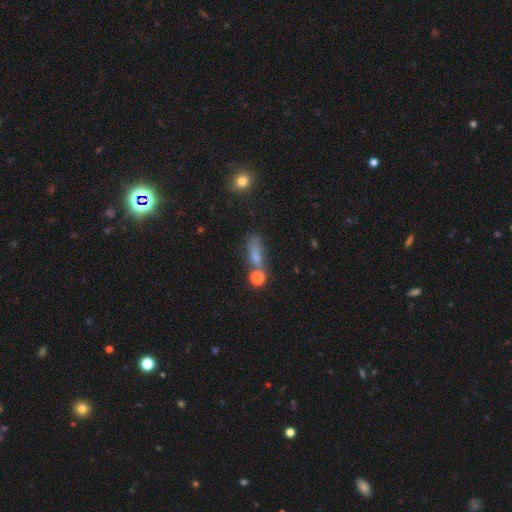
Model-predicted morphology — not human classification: smooth 68%, star or artifact 18%, featured or disk 15%. Down the decision tree: how rounded — in between (46%); merging — none (45%).